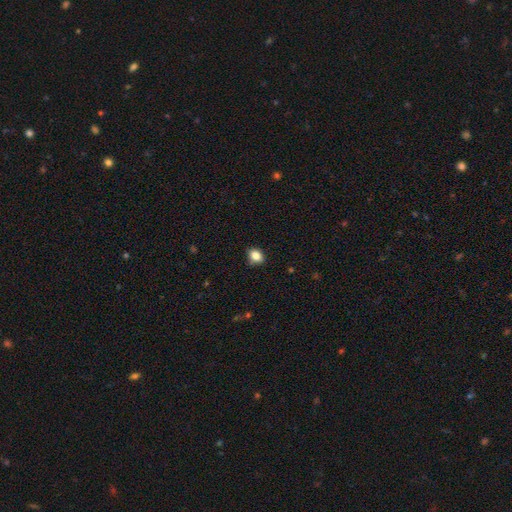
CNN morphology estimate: Q: Smooth or featured?
A: smooth (84%); runner-up: star or artifact (10%)
Q: How rounded?
A: in between (59%); runner-up: round (40%)
Q: Merging?
A: none (81%); runner-up: minor disturbance (15%)